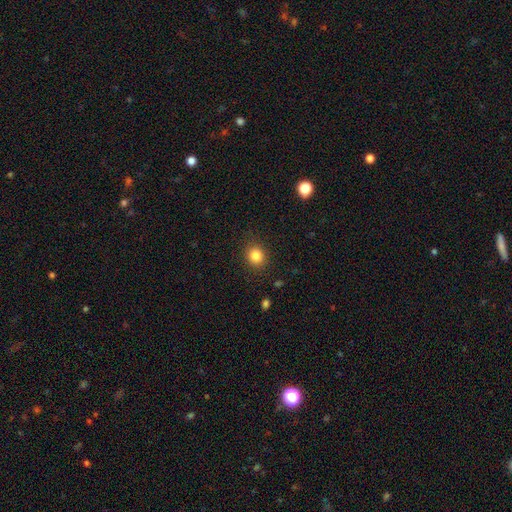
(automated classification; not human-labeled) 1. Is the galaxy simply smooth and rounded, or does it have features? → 84% smooth, 11% star or artifact, 5% featured or disk.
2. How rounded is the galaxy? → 82% round, 17% in between, 1% cigar-shaped.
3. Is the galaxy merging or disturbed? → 88% none, 8% minor disturbance, 3% major disturbance, 1% merger.